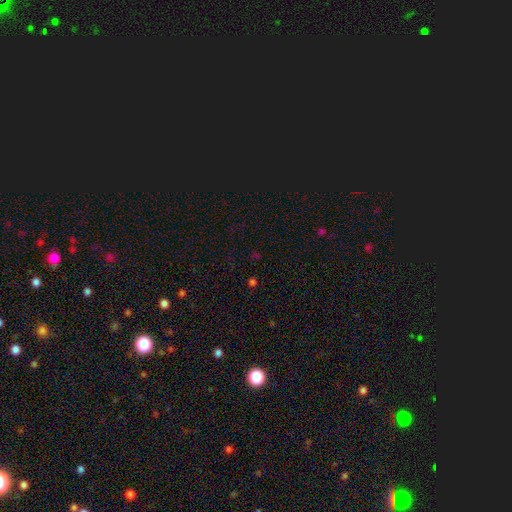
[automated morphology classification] Smooth or featured: star or artifact — 57% (smooth — 36%)